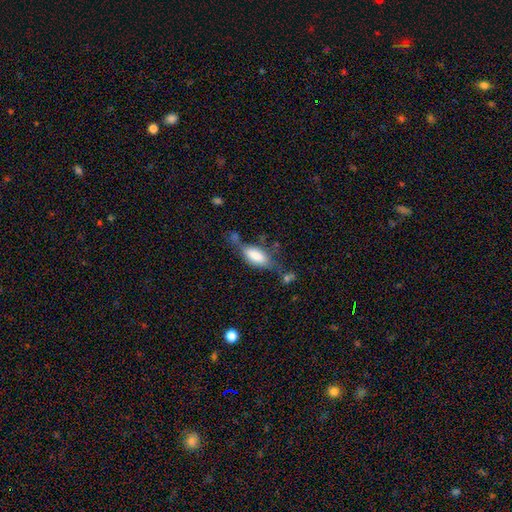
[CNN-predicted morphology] Overall: smooth (74%). How rounded: in between (79%). Merging: none (41%; minor disturbance 28%).